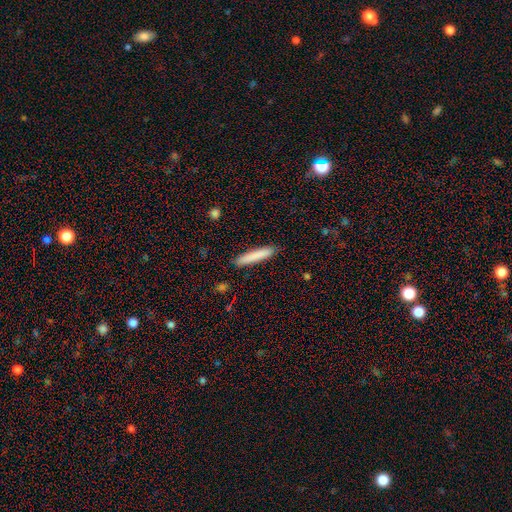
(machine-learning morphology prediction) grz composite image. It shows a smooth galaxy with no disk features (83%) that is cigar-shaped (93%). Merging: none (90%).